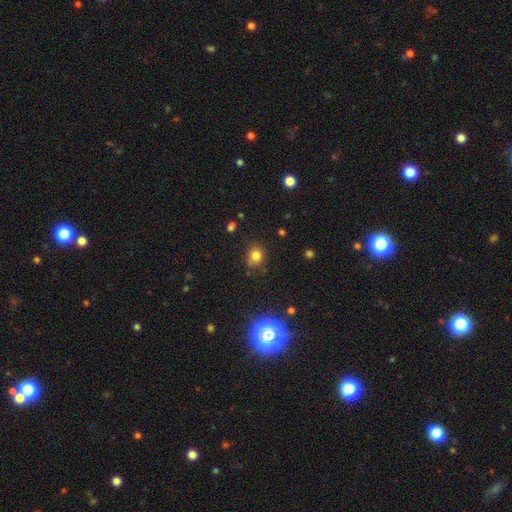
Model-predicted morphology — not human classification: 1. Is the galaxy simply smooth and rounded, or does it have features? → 77% smooth, 17% star or artifact, 7% featured or disk.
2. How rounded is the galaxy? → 68% round, 31% in between, 1% cigar-shaped.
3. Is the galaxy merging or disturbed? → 68% none, 22% minor disturbance, 6% major disturbance, 4% merger.